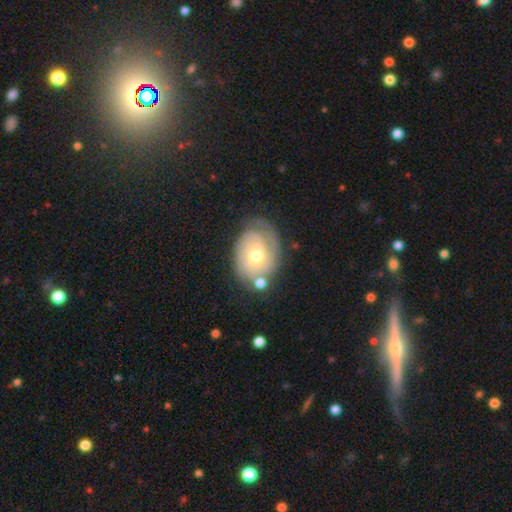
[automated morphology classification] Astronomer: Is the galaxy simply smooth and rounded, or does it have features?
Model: featured or disk — 66%.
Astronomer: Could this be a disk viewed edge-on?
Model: no — 96%.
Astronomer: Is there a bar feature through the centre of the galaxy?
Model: no — 75%.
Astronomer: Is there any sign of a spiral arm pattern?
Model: yes — 83%.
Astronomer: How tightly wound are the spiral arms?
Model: tight — 63%.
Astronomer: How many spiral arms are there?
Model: can't tell — 38% (runner-up: 2, 31%).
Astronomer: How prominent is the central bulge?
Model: moderate — 53% (runner-up: small, 43%).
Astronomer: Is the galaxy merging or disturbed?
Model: none — 58%.